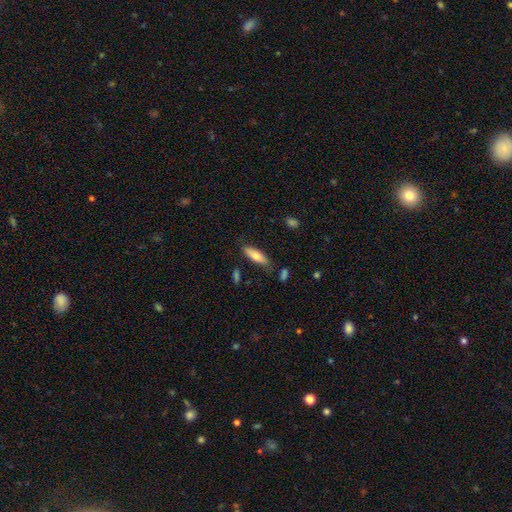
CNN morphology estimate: smooth_or_featured: smooth (p=0.77) [alt: featured or disk p=0.17]
how_rounded: in between (p=0.57) [alt: cigar-shaped p=0.41]
merging: none (p=0.76) [alt: minor disturbance p=0.16]